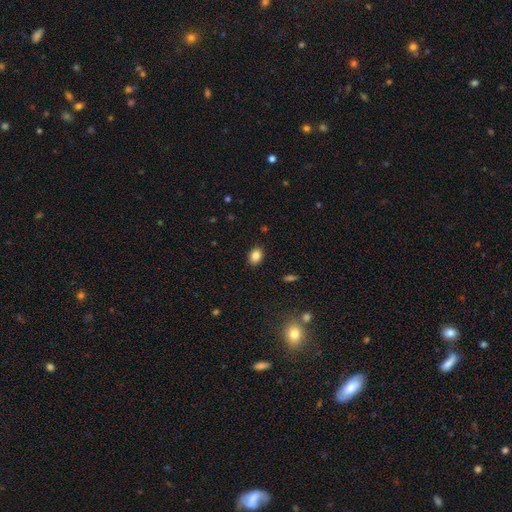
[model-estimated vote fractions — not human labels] A smooth galaxy with no disk features (84%) that is in between round and cigar-shaped (59%). Merging: none (88%).